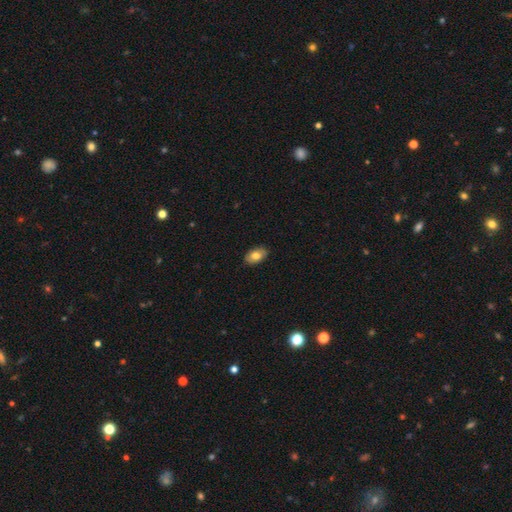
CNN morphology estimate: Q: Smooth or featured?
A: smooth (76%); runner-up: featured or disk (17%)
Q: How rounded?
A: in between (92%); runner-up: round (7%)
Q: Merging?
A: none (88%); runner-up: minor disturbance (10%)